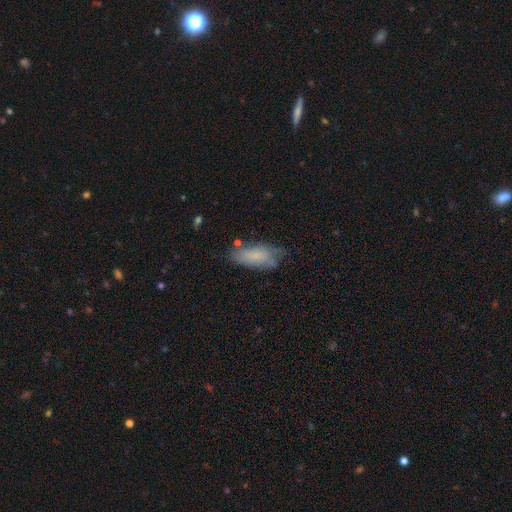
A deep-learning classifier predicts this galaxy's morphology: A smooth galaxy with no disk features (72%) that is in between round and cigar-shaped (82%). Merging: none (54%).